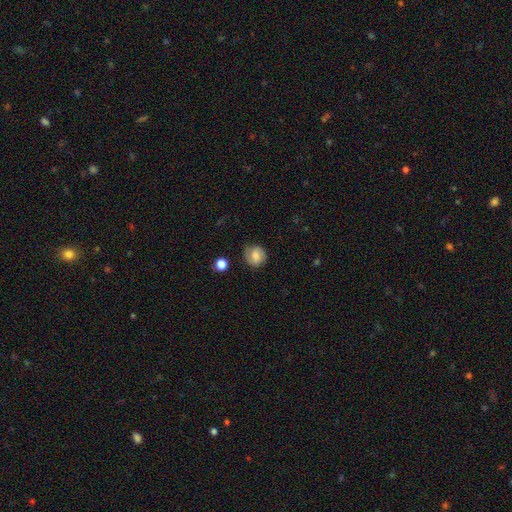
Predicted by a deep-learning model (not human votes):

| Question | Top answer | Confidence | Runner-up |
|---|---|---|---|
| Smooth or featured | smooth | 68% | featured or disk (22%) |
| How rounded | round | 84% | in between (15%) |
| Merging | none | 77% | minor disturbance (17%) |